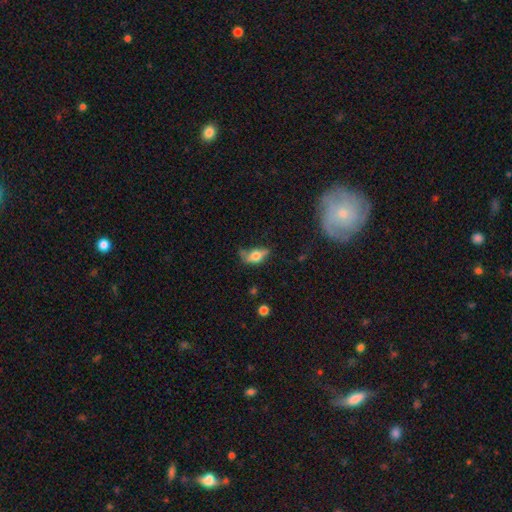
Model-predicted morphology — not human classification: Smooth or featured? Predicted: smooth (p=0.58). How rounded? Predicted: in between (p=0.79). Merging? Predicted: none (p=0.36).